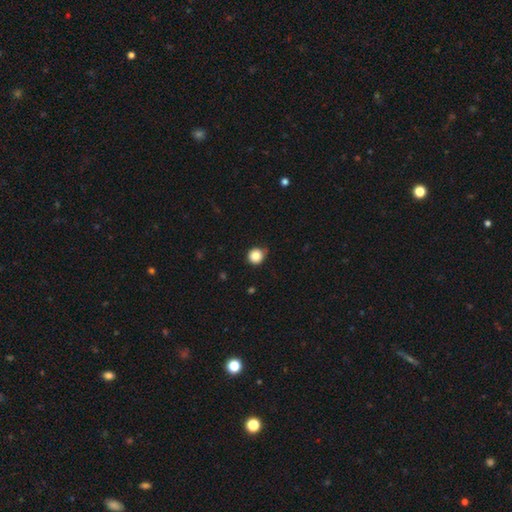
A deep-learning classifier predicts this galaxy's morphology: Smooth or featured? Predicted: smooth (p=0.84). How rounded? Predicted: round (p=0.93). Merging? Predicted: none (p=0.81).